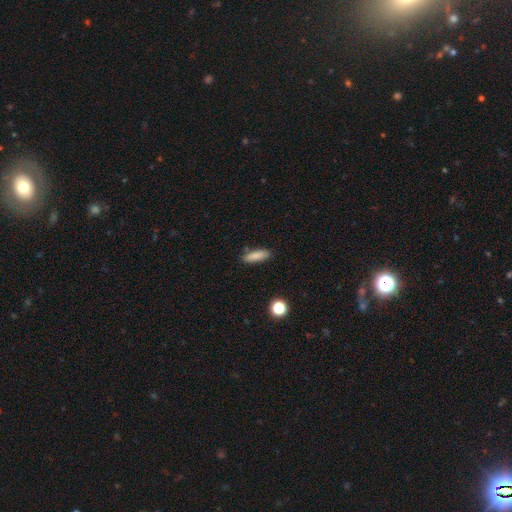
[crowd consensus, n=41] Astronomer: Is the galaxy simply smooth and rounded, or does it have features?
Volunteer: smooth — 85%.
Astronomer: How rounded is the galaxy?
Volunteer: cigar-shaped — 60% (runner-up: in between, 40%).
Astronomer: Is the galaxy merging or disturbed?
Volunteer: none — 92%.